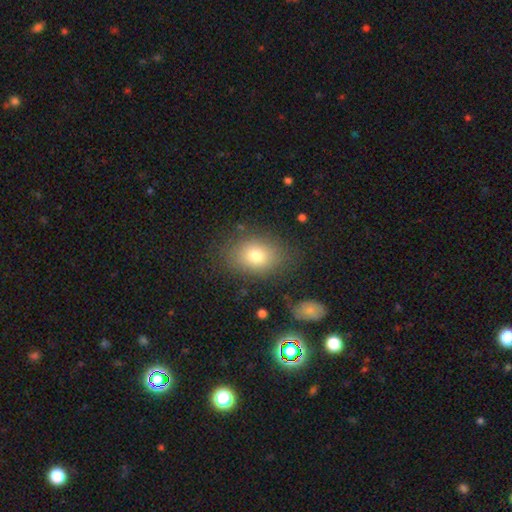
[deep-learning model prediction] Smooth or featured? Predicted: smooth (p=0.76). How rounded? Predicted: in between (p=0.63). Merging? Predicted: none (p=0.80).